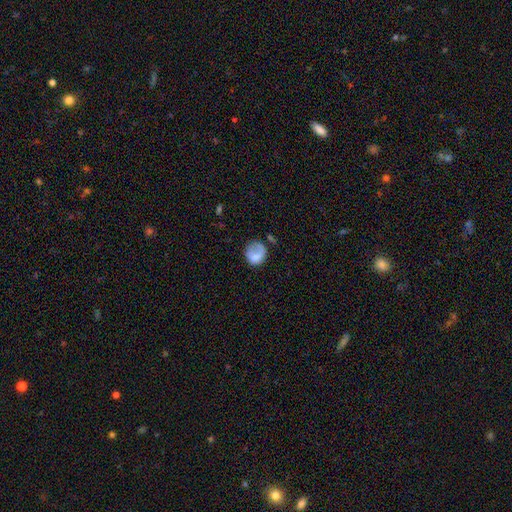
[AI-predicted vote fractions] smooth 70%, featured or disk 21%, star or artifact 8%. Down the decision tree: how rounded — round (73%); merging — none (45%).